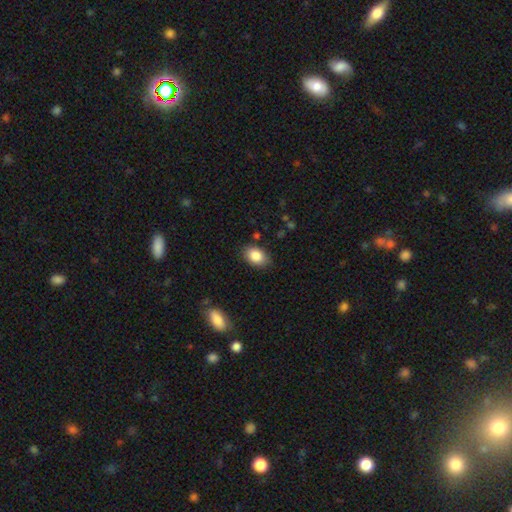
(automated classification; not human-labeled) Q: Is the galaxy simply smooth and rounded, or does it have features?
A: smooth — 86%.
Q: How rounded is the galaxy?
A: in between — 85%.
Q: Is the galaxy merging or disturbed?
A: none — 85%.